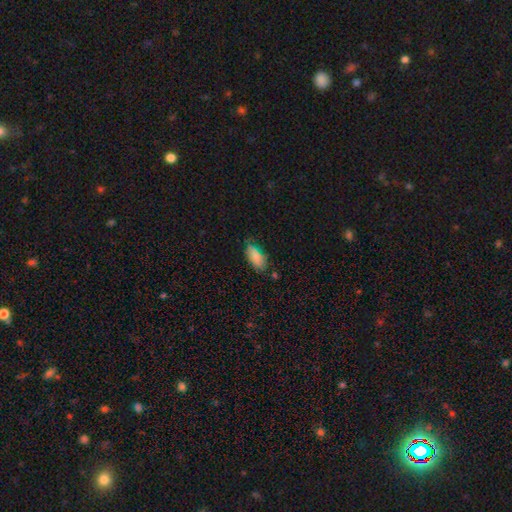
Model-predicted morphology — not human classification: Q: Smooth or featured?
A: smooth (84%); runner-up: star or artifact (8%)
Q: How rounded?
A: in between (89%); runner-up: cigar-shaped (9%)
Q: Merging?
A: none (64%); runner-up: minor disturbance (27%)